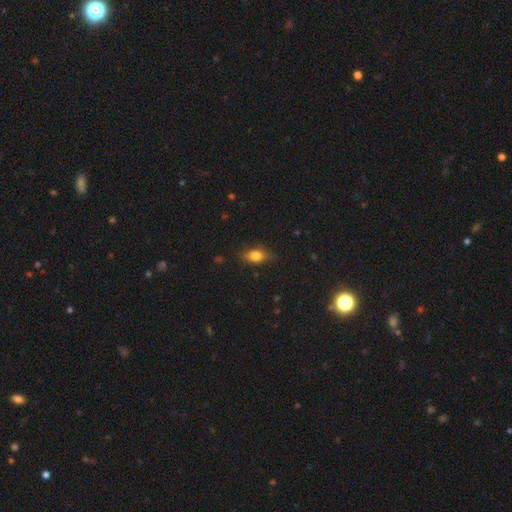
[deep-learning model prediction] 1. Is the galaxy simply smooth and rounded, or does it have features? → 79% smooth, 12% featured or disk, 9% star or artifact.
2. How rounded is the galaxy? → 80% in between, 12% round, 8% cigar-shaped.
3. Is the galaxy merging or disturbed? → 78% none, 18% minor disturbance, 4% major disturbance, 1% merger.